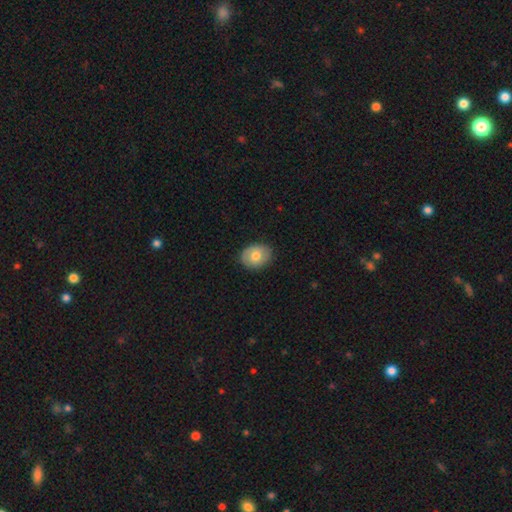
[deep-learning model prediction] This is likely a smooth galaxy (65%). How rounded: possibly in between (54%). Merging: clearly none (85%).